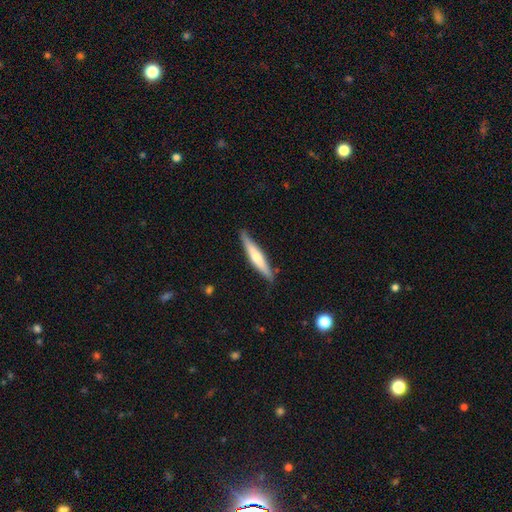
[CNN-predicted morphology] Smooth or featured?
  - featured or disk: 52% *
  - smooth: 43%
  - star or artifact: 6%
Edge-on disk?
  - yes: 94% *
  - no: 6%
Merging?
  - none: 86% *
  - minor disturbance: 11%
  - major disturbance: 2%
  - merger: 1%